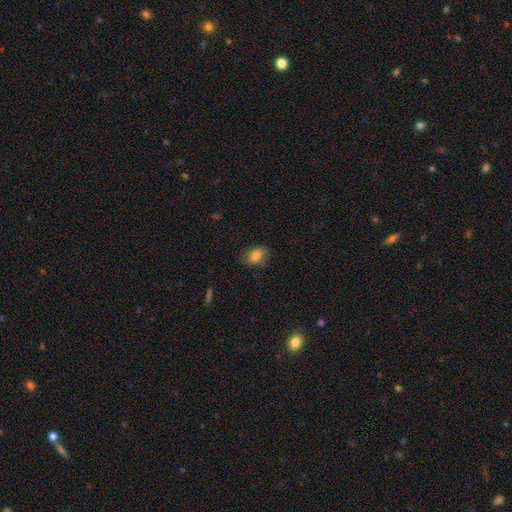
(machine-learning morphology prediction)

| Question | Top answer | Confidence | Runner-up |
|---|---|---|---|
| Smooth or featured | smooth | 80% | featured or disk (11%) |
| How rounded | in between | 79% | round (19%) |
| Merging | none | 73% | minor disturbance (20%) |